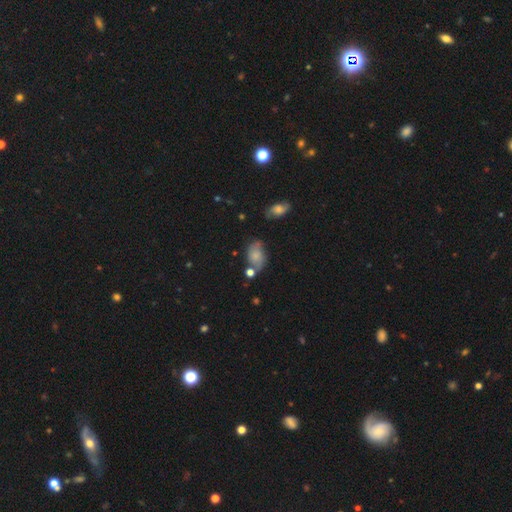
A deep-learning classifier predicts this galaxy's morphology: This is likely a smooth galaxy (63%). How rounded: clearly in between (87%). Merging: possibly none (51%).